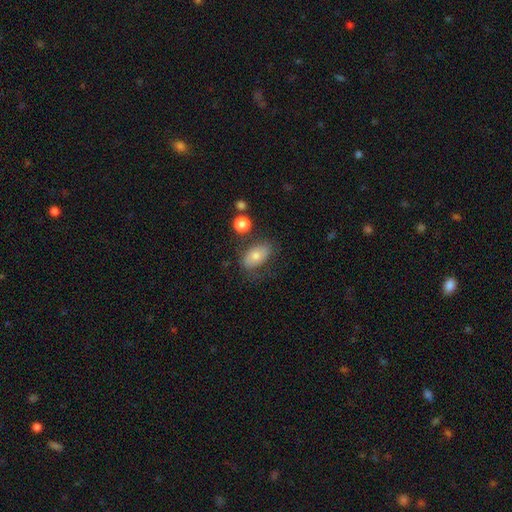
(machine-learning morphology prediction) smooth-or-featured: smooth: 64% | featured or disk: 26% | star or artifact: 10%
  how-rounded: in between: 88% | round: 10% | cigar-shaped: 2%
  merging: none: 60% | minor disturbance: 22% | major disturbance: 12% | merger: 5%